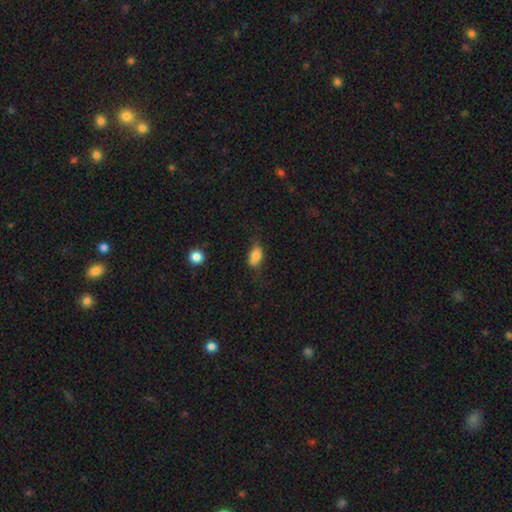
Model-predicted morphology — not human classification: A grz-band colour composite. It shows a smooth galaxy with no disk features (78%) that is in between round and cigar-shaped (86%). Merging: none (54%).